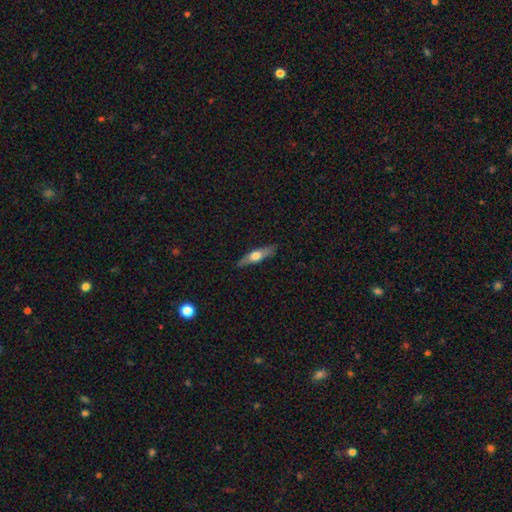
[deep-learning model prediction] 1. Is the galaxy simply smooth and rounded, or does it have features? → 49% featured or disk, 45% smooth, 6% star or artifact.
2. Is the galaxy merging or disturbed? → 87% none, 10% minor disturbance, 2% major disturbance, 1% merger.